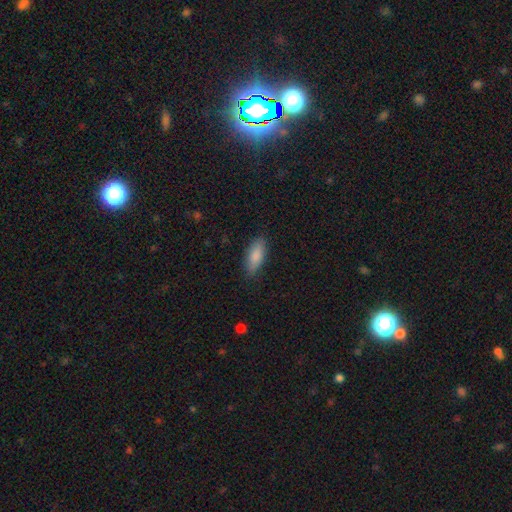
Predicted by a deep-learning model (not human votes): smooth-or-featured: smooth: 86% | featured or disk: 7% | star or artifact: 6%
  how-rounded: in between: 79% | cigar-shaped: 19% | round: 2%
  merging: none: 84% | minor disturbance: 13% | major disturbance: 3% | merger: 1%